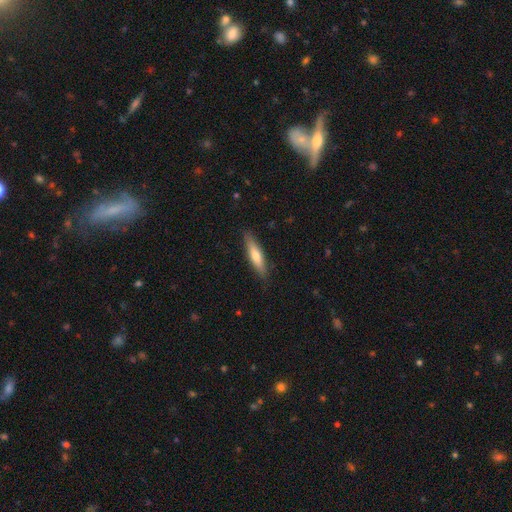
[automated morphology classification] A smooth galaxy with no disk features (64%) that is cigar-shaped (77%). Merging: none (86%).